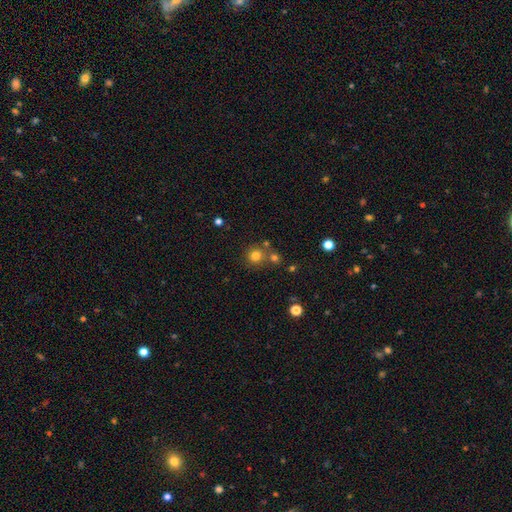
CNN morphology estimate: Smooth or featured: smooth — 77% (star or artifact — 16%)
How rounded: round — 90% (in between — 9%)
Merging: none — 68% (merger — 20%)